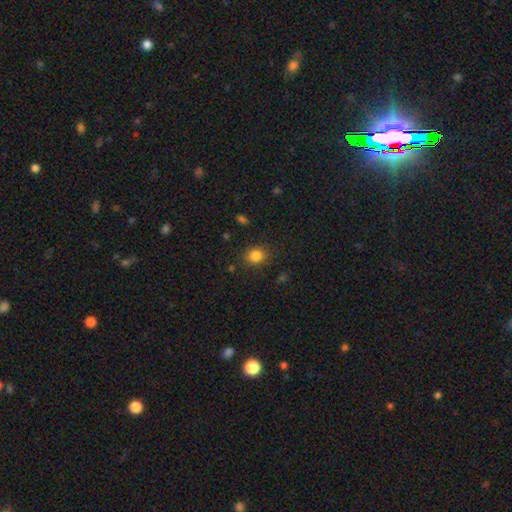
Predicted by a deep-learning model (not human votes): A smooth galaxy with no disk features (83%) that is round (67%). Merging: none (85%).